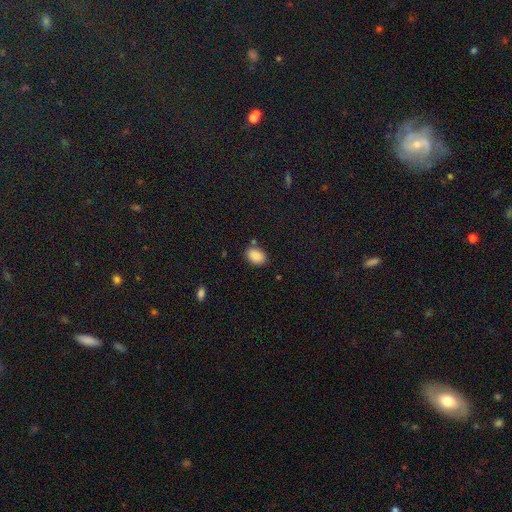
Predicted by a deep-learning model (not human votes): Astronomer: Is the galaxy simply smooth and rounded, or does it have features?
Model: smooth — 88%.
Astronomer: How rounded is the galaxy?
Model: in between — 83%.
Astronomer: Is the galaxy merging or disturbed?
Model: none — 79%.